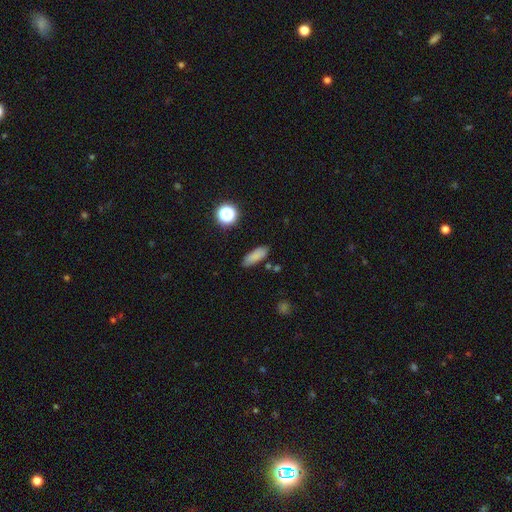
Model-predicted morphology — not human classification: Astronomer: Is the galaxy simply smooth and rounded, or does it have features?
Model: smooth — 83%.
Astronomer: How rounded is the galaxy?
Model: in between — 59% (runner-up: cigar-shaped, 38%).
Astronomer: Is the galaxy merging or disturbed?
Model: none — 84%.